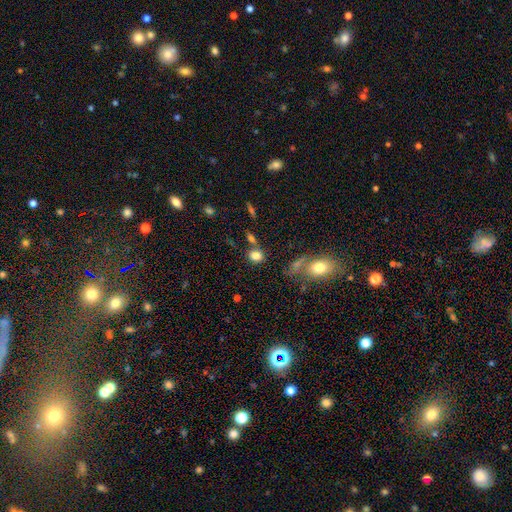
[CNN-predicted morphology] type=smooth (82%); roundness=round (59%); merging=none (67%).